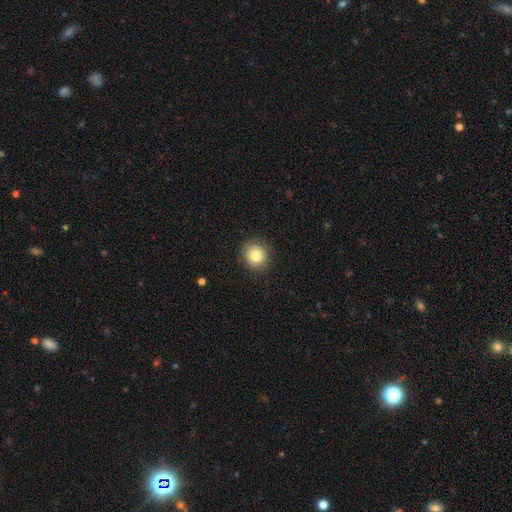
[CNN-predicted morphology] type=smooth (82%); roundness=round (88%); merging=none (86%).